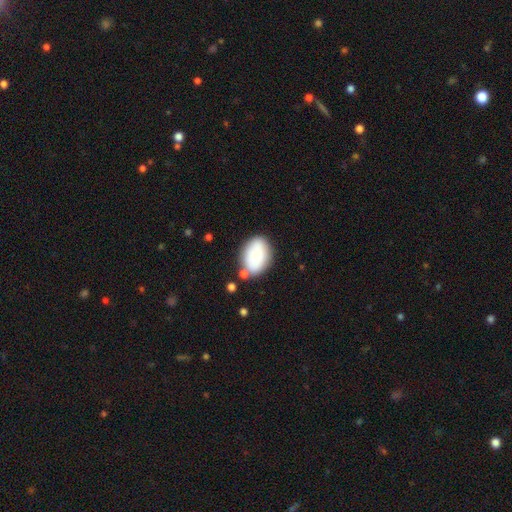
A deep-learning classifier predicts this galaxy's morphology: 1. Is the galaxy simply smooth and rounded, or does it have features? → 81% smooth, 12% featured or disk, 7% star or artifact.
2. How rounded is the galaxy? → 86% in between, 13% round, 1% cigar-shaped.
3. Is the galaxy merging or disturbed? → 70% none, 16% minor disturbance, 9% merger, 5% major disturbance.